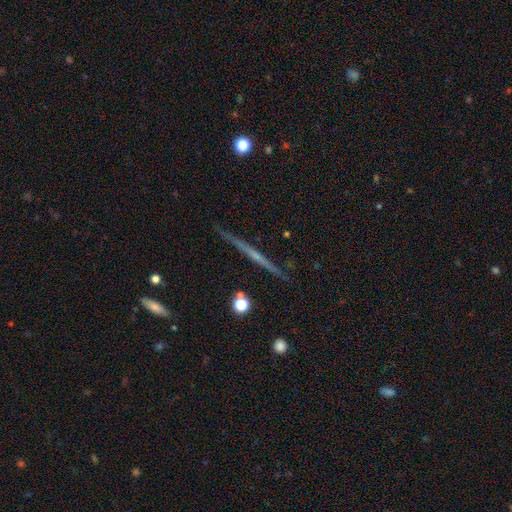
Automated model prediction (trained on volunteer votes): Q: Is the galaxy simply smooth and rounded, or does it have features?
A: featured or disk — 68%.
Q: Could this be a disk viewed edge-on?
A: yes — 98%.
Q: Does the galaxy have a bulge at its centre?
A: none — 71%.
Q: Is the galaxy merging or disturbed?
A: none — 90%.